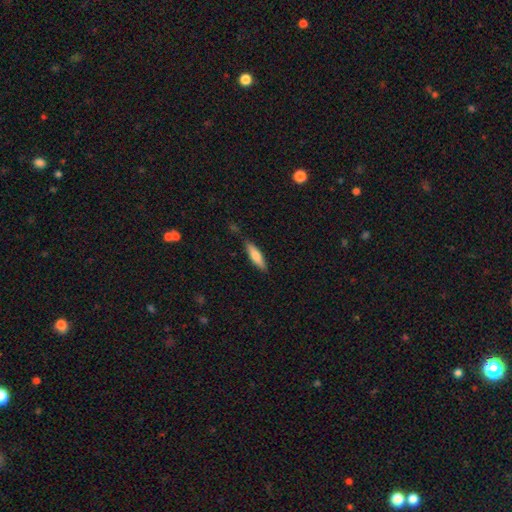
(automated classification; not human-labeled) Smooth or featured? smooth (76%)
How rounded? cigar-shaped (70%)
Merging? none (83%)